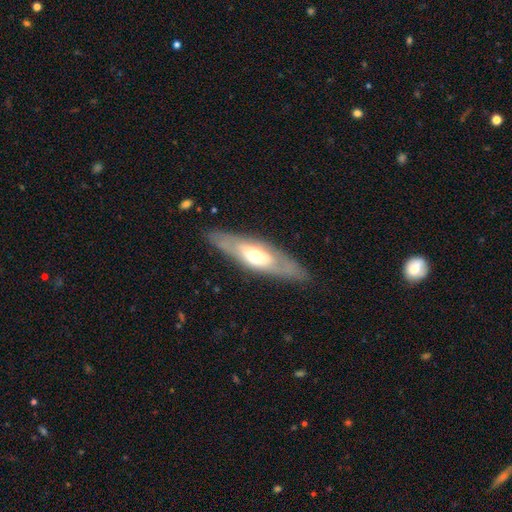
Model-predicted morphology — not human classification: A featured or disk galaxy (61%).

Vote fractions:
- Smooth or featured? featured or disk: 61% / smooth: 34% / star or artifact: 5%
- Edge-on disk? no: 58% / yes: 42%
- Merging? none: 84% / minor disturbance: 11% / major disturbance: 4% / merger: 1%